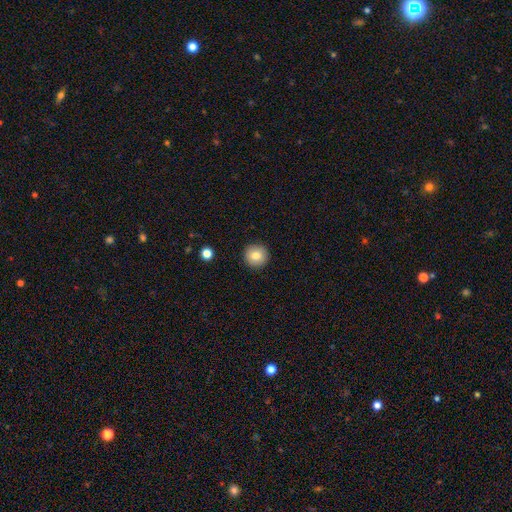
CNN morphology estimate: Smooth or featured: smooth — 82% (star or artifact — 9%)
How rounded: round — 96% (in between — 3%)
Merging: none — 92% (minor disturbance — 5%)